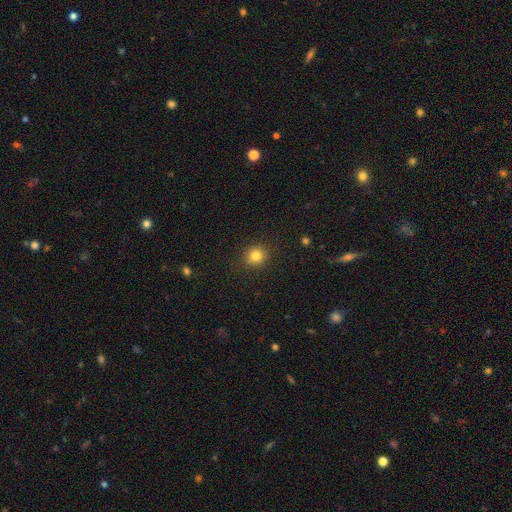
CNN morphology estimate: A smooth galaxy with no disk features (82%) that is round (87%). Merging: none (90%).